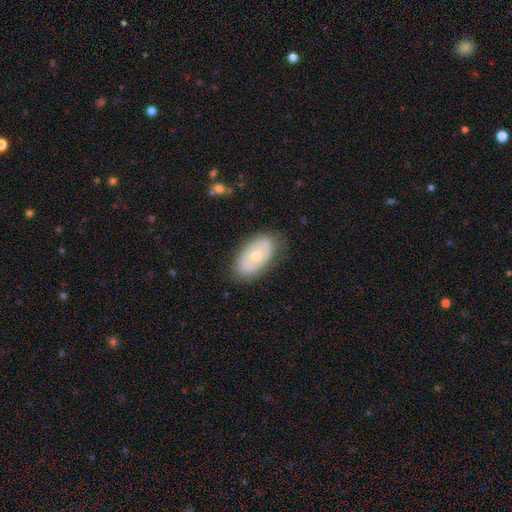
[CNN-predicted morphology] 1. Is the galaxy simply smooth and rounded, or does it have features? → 50% smooth, 44% featured or disk, 6% star or artifact.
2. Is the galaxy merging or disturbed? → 79% none, 15% minor disturbance, 4% major disturbance, 1% merger.